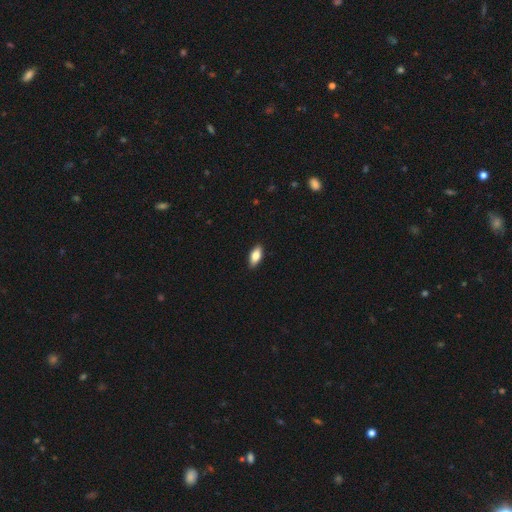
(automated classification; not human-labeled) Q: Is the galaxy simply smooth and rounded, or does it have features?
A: smooth — 79%.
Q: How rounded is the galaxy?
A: in between — 86%.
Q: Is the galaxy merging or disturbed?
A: none — 89%.